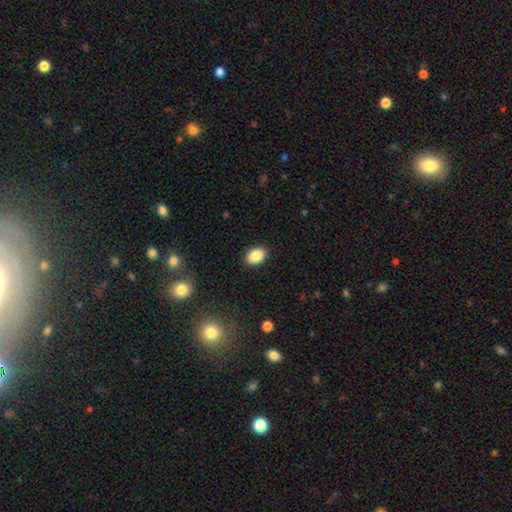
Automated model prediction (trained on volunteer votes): This is clearly a smooth galaxy (88%). How rounded: clearly in between (84%). Merging: clearly none (89%).